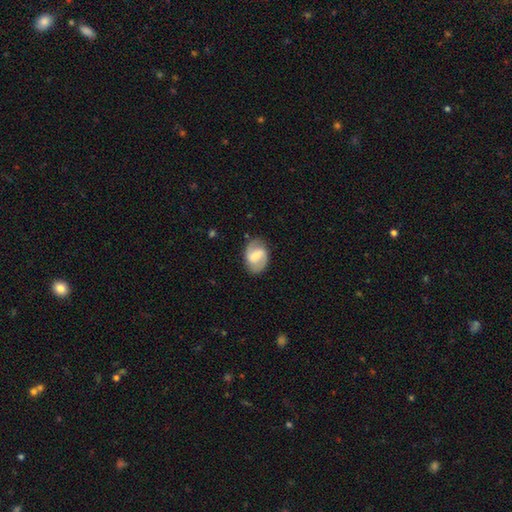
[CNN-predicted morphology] This is likely a featured or disk galaxy (69%). It is clearly not viewed edge-on (97%). Bar: possibly weak (48%). Spiral arm pattern: clearly yes (89%). Spiral arm count: clearly 2 (89%). Spiral winding: possibly medium (49%). Central bulge: marginally moderate (39%). Merging: clearly none (81%).